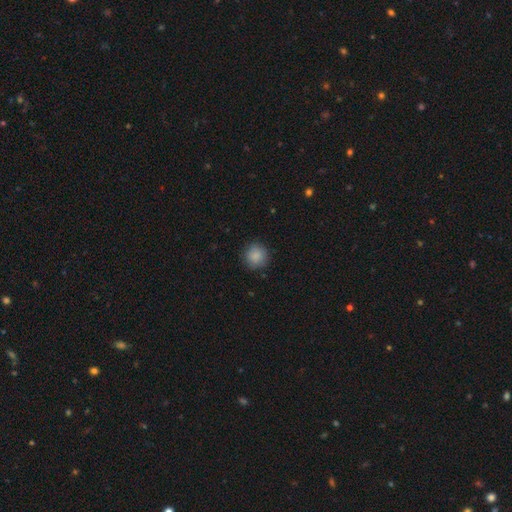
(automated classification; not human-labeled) A smooth galaxy with no disk features (88%) that is round (93%).

Vote fractions:
- Smooth or featured? smooth: 88% / star or artifact: 8% / featured or disk: 4%
- How rounded? round: 93% / in between: 6% / cigar-shaped: 1%
- Merging? none: 87% / minor disturbance: 10% / major disturbance: 3% / merger: 1%